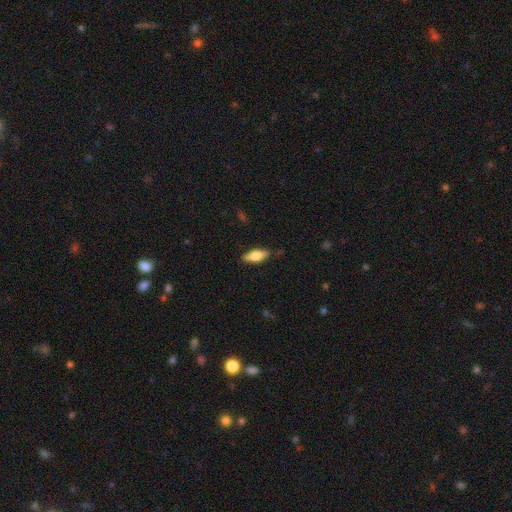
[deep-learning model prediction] Q: Smooth or featured?
A: smooth (64%); runner-up: featured or disk (30%)
Q: How rounded?
A: in between (70%); runner-up: cigar-shaped (27%)
Q: Merging?
A: none (81%); runner-up: minor disturbance (15%)